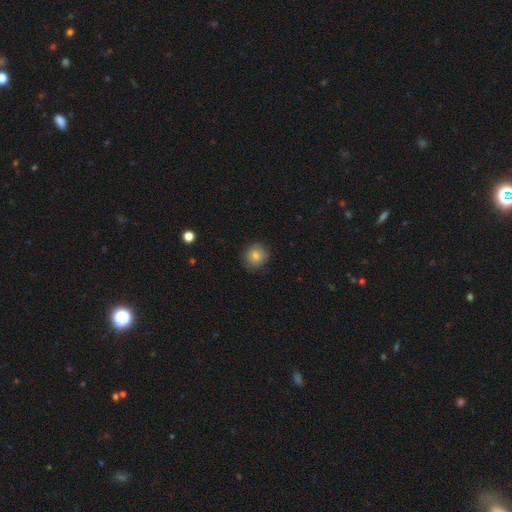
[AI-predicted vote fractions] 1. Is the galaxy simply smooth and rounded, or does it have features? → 81% smooth, 10% star or artifact, 9% featured or disk.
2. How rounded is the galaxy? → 91% round, 8% in between, 1% cigar-shaped.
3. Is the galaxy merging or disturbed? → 86% none, 10% minor disturbance, 3% major disturbance, 1% merger.